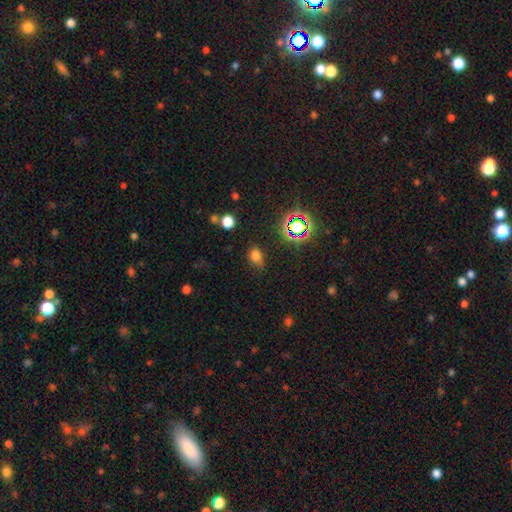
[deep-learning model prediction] This appears to be a smooth galaxy with no disk features (70%) that is in between round and cigar-shaped (57%). Merging: none (62%).